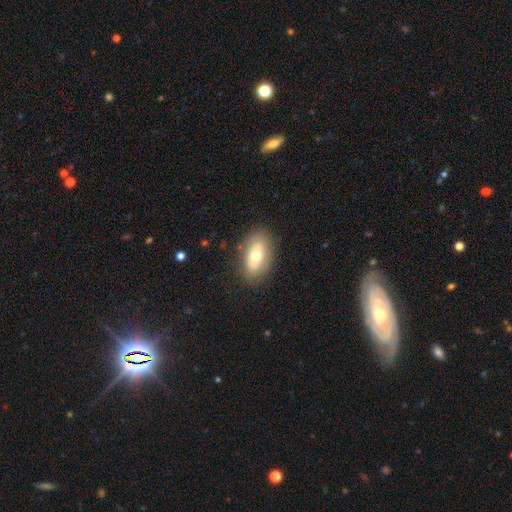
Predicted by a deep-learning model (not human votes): smooth-or-featured: smooth: 58% | featured or disk: 35% | star or artifact: 8%
  how-rounded: in between: 89% | round: 8% | cigar-shaped: 3%
  merging: none: 81% | minor disturbance: 13% | major disturbance: 4% | merger: 1%